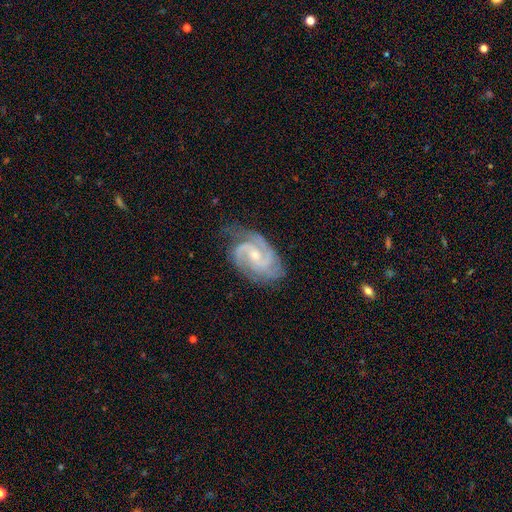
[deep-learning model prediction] Q: Smooth or featured?
A: featured or disk (91%); runner-up: star or artifact (4%)
Q: Edge-on disk?
A: no (97%); runner-up: yes (3%)
Q: Bar?
A: no (47%); runner-up: weak (43%)
Q: Spiral arms?
A: yes (98%); runner-up: no (2%)
Q: Spiral winding?
A: medium (46%); runner-up: tight (45%)
Q: Spiral arm count?
A: 2 (47%); runner-up: 3 (32%)
Q: Bulge size?
A: small (57%); runner-up: moderate (39%)
Q: Merging?
A: none (71%); runner-up: minor disturbance (20%)